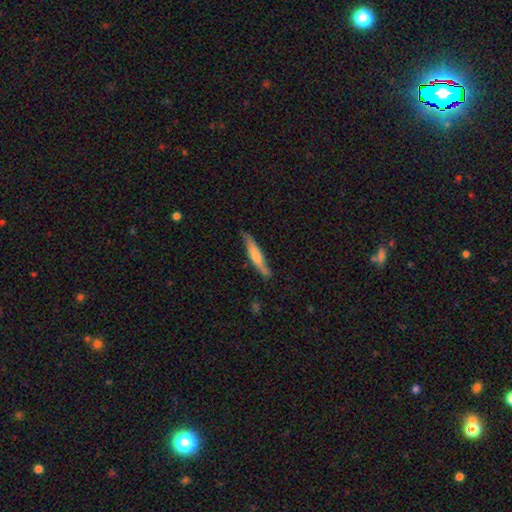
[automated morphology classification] smooth_or_featured: smooth (p=0.54) [alt: featured or disk p=0.40]
how_rounded: cigar-shaped (p=0.90) [alt: in between p=0.08]
merging: none (p=0.78) [alt: minor disturbance p=0.17]